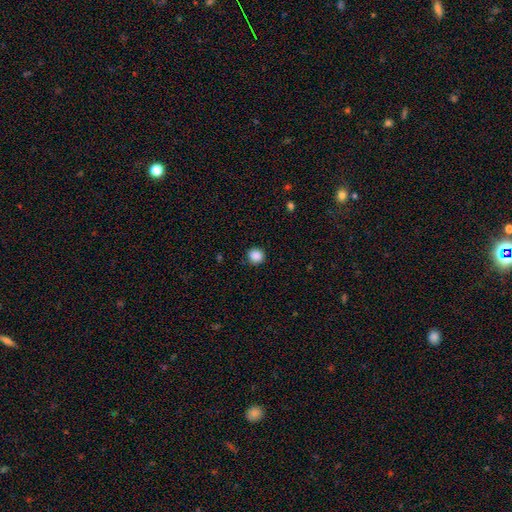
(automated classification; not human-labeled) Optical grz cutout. It shows a smooth galaxy with no disk features (88%) that is round (91%). Merging: none (91%).